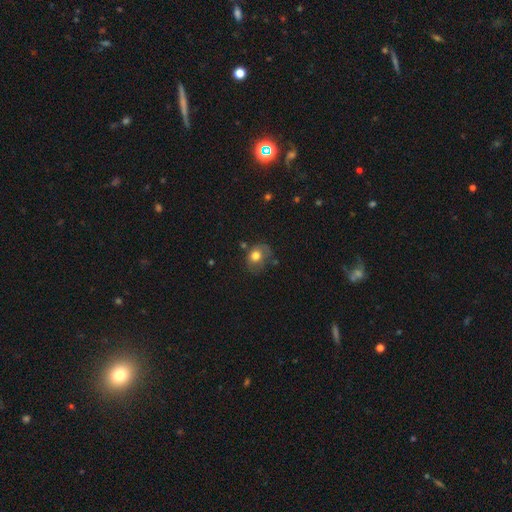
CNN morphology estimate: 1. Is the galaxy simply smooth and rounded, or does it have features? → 70% smooth, 21% featured or disk, 9% star or artifact.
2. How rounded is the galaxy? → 50% in between, 49% round, 1% cigar-shaped.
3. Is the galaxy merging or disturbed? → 49% none, 31% minor disturbance, 15% major disturbance, 5% merger.